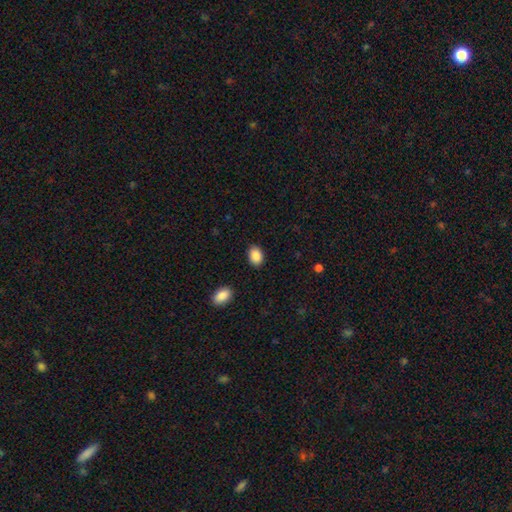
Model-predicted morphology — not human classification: smooth 89%, star or artifact 7%, featured or disk 3%. Down the decision tree: how rounded — in between (81%); merging — none (87%).